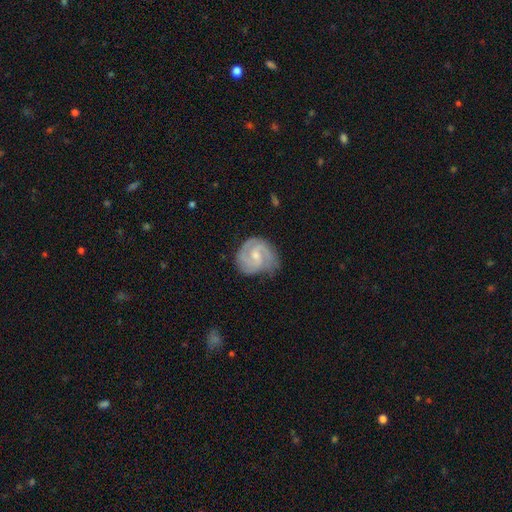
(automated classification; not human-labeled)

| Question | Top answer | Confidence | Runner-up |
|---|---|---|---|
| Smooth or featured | featured or disk | 83% | smooth (12%) |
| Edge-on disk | no | 98% | yes (2%) |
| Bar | weak | 49% | no (43%) |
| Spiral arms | yes | 97% | no (3%) |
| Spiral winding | tight | 52% | medium (40%) |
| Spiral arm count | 2 | 55% | 3 (24%) |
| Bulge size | small | 48% | moderate (44%) |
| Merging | none | 64% | minor disturbance (26%) |